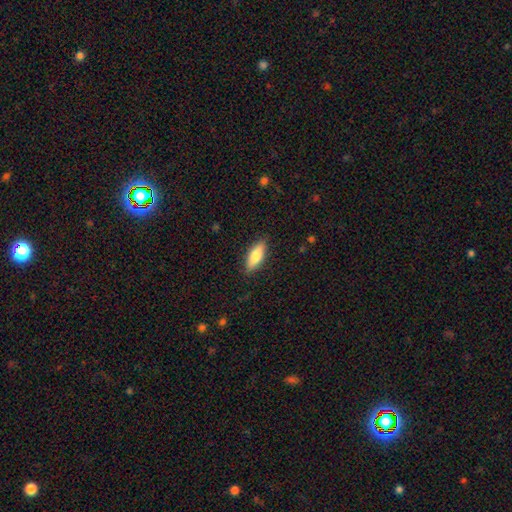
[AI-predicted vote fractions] Q: Smooth or featured?
A: smooth (78%); runner-up: featured or disk (16%)
Q: How rounded?
A: in between (65%); runner-up: cigar-shaped (32%)
Q: Merging?
A: none (87%); runner-up: minor disturbance (10%)